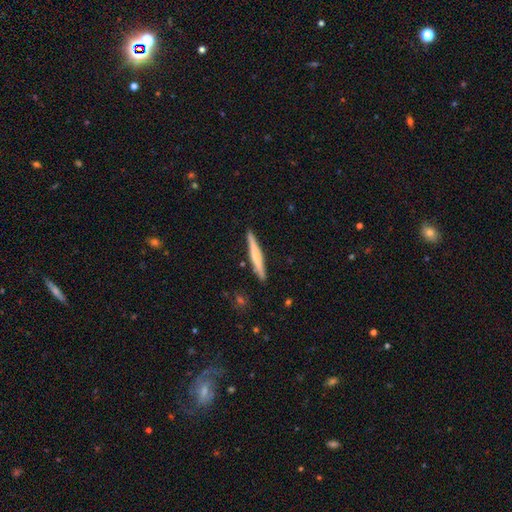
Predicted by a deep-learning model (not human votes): Smooth or featured: smooth — 48% (featured or disk — 46%)
Merging: none — 90% (minor disturbance — 7%)